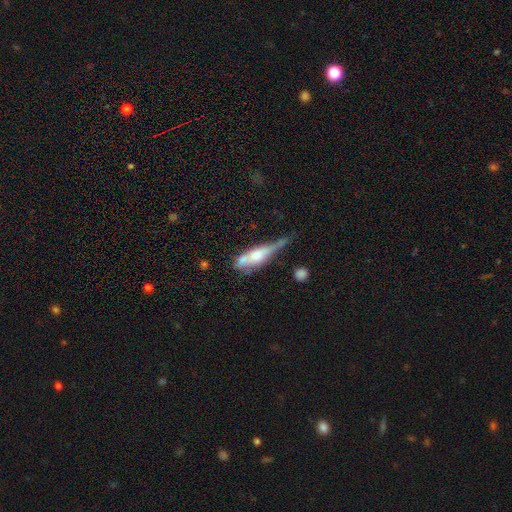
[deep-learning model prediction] The model was most divided on "merging": none: 31%, minor disturbance: 28%, merger: 21%, major disturbance: 19%. Remaining: smooth or featured — featured or disk (49%).